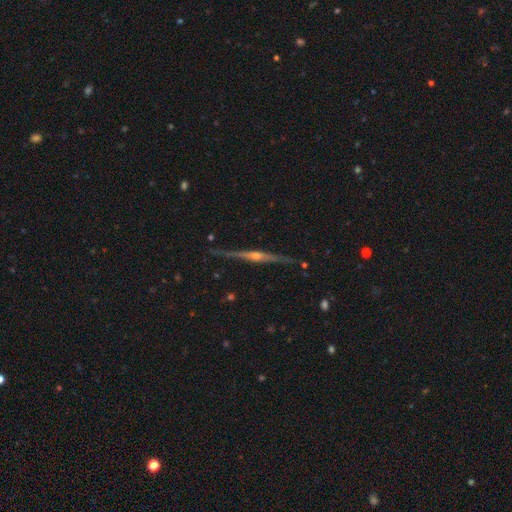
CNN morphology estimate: type=featured or disk (86%); edge-on=yes (98%); edge-on bulge=rounded (90%); merging=none (88%).